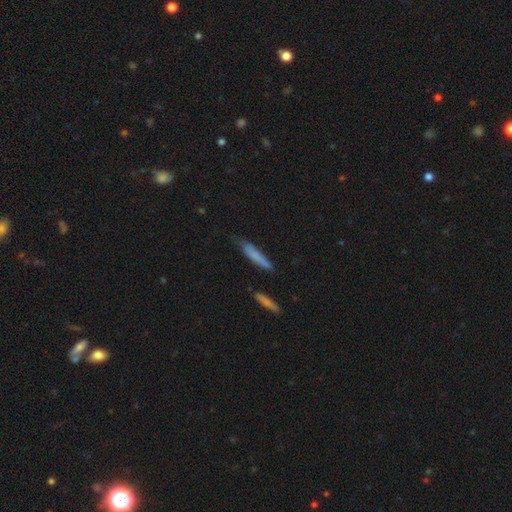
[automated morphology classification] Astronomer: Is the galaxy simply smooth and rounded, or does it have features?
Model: smooth — 73%.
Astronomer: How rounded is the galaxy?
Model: cigar-shaped — 89%.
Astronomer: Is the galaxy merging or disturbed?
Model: none — 68%.